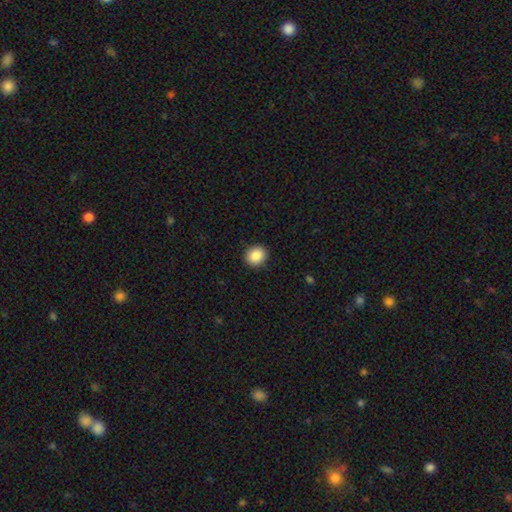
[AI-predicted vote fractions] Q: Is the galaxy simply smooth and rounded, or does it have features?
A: smooth — 87%.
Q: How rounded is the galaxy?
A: round — 76%.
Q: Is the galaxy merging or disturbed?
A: none — 91%.